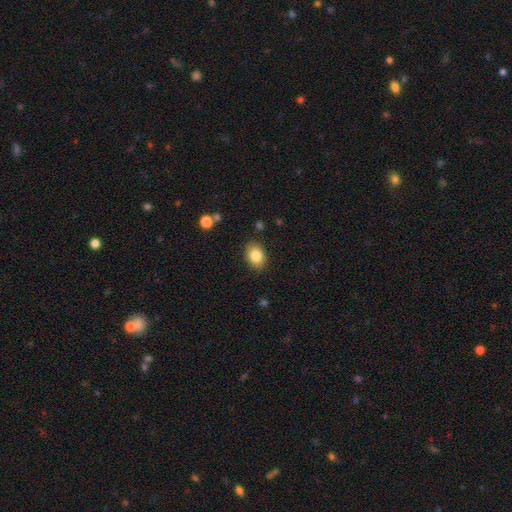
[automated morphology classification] smooth 84%, star or artifact 8%, featured or disk 8%. Down the decision tree: how rounded — in between (77%); merging — none (86%).